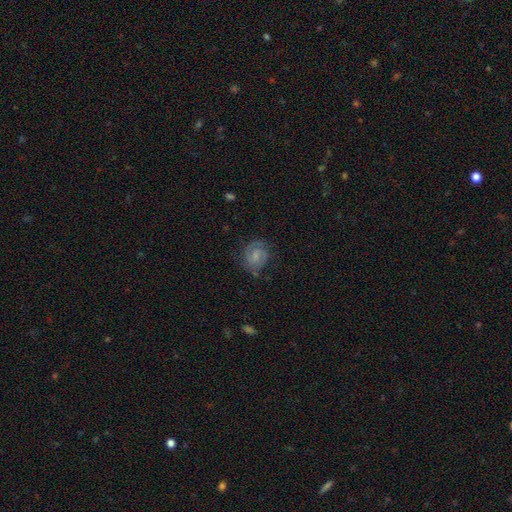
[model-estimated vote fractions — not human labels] This is possibly a featured or disk galaxy (55%). It is clearly not viewed edge-on (97%). Bar: possibly no (46%). Spiral arm pattern: clearly yes (86%). Central bulge: marginally small (39%). Merging: likely none (69%).